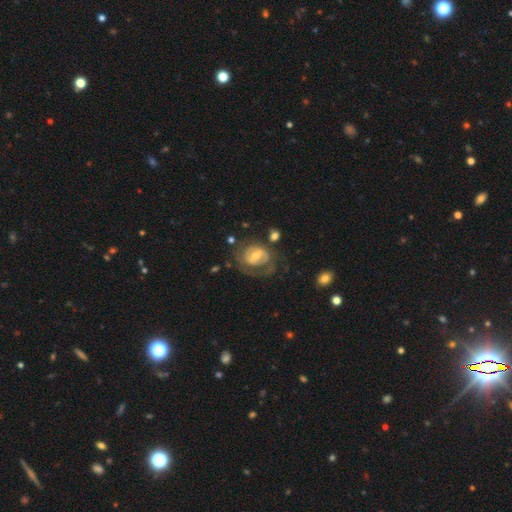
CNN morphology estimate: smooth_or_featured: featured or disk (p=0.71) [alt: smooth p=0.23]
disk_edge_on: no (p=0.97) [alt: yes p=0.03]
bar: weak (p=0.44) [alt: no p=0.37]
has_spiral_arms: yes (p=0.70) [alt: no p=0.30]
bulge_size: moderate (p=0.59) [alt: small p=0.34]
merging: none (p=0.46) [alt: major disturbance p=0.29]